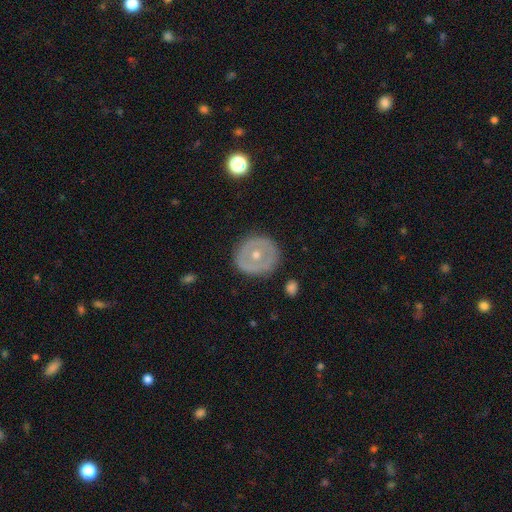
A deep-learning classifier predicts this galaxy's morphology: Smooth or featured: featured or disk — 54% (smooth — 39%)
Edge-on disk: no — 94% (yes — 6%)
Bar: no — 88% (weak — 9%)
Spiral arms: no — 89% (yes — 11%)
Bulge size: moderate — 57% (small — 39%)
Merging: none — 86% (minor disturbance — 10%)